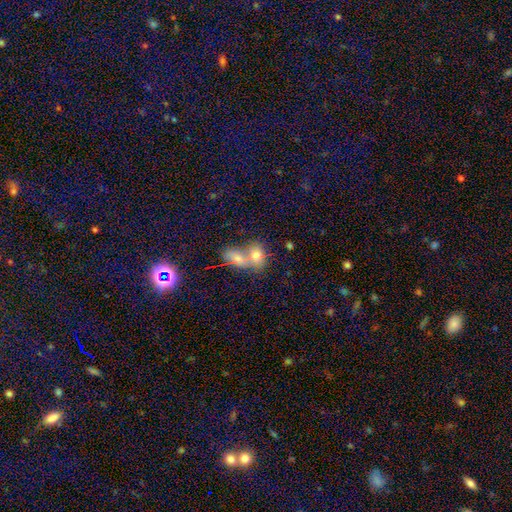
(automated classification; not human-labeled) Smooth or featured?
  - smooth: 54% *
  - star or artifact: 24%
  - featured or disk: 22%
How rounded?
  - round: 49% *
  - in between: 48%
  - cigar-shaped: 3%
Merging?
  - merger: 68% *
  - none: 23%
  - minor disturbance: 5%
  - major disturbance: 4%